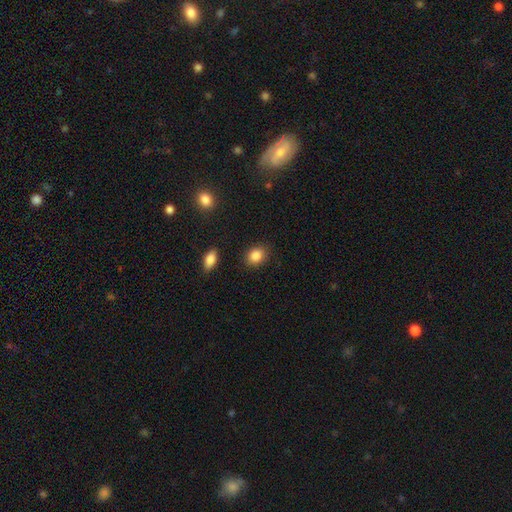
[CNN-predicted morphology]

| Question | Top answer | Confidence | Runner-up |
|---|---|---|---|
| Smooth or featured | smooth | 87% | star or artifact (9%) |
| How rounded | in between | 53% | round (46%) |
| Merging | none | 86% | minor disturbance (9%) |